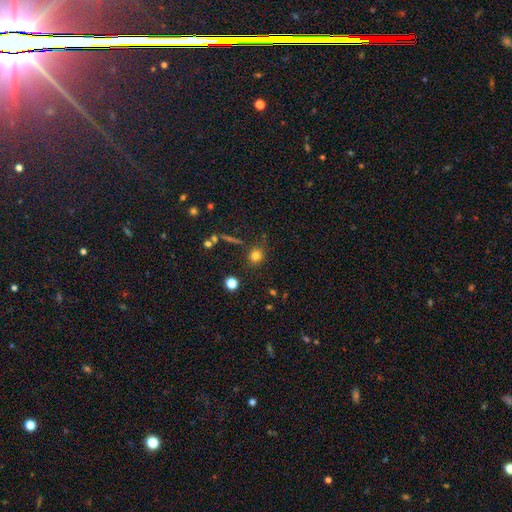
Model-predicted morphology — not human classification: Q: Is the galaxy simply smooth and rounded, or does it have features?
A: smooth — 79%.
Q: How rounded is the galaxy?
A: round — 87%.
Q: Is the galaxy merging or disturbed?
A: none — 83%.